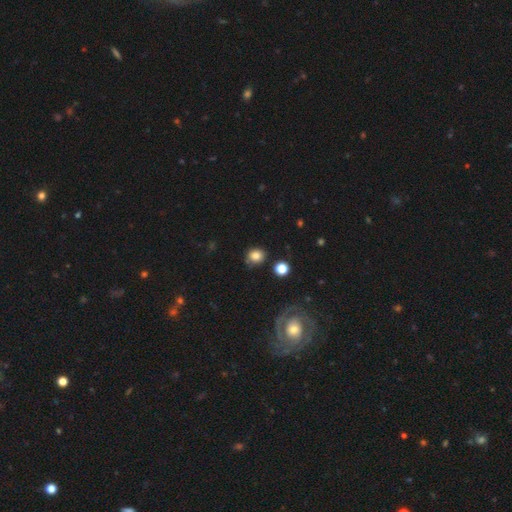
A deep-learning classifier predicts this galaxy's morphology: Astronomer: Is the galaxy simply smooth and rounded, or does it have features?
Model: smooth — 81%.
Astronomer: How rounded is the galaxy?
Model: round — 77%.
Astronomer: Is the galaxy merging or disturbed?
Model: none — 77%.